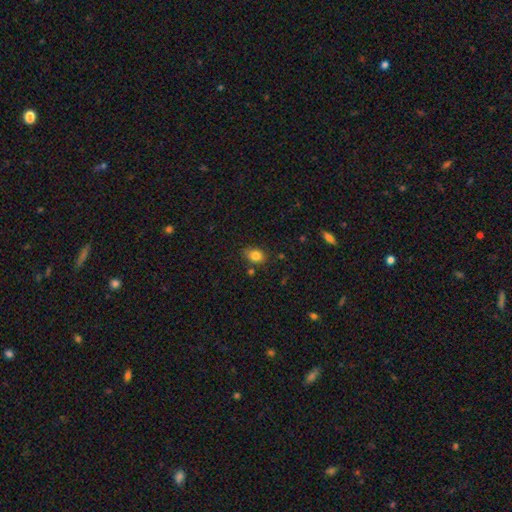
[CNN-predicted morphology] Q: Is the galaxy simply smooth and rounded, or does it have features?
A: smooth — 83%.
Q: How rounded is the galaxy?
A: in between — 66%.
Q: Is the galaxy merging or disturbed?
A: none — 75%.